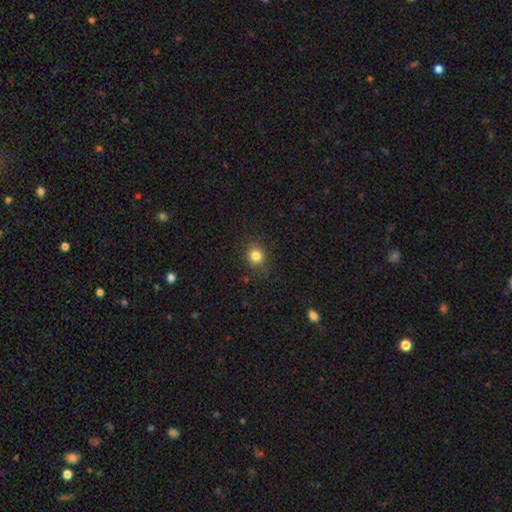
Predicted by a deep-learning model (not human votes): A smooth galaxy with no disk features (82%) that is round (84%). Merging: none (86%).